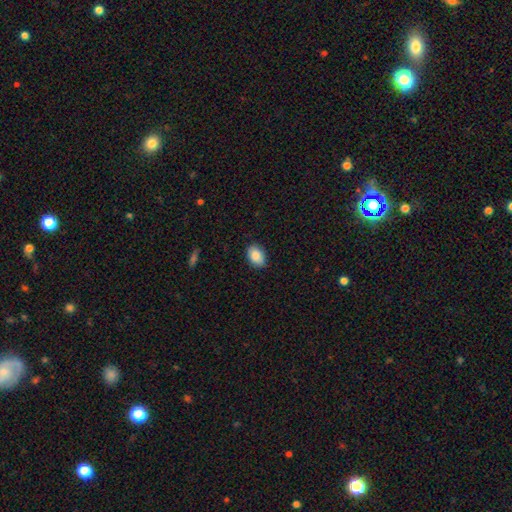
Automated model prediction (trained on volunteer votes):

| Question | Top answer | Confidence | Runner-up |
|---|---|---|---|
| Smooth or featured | smooth | 87% | star or artifact (7%) |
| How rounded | in between | 86% | round (13%) |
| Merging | none | 87% | minor disturbance (10%) |